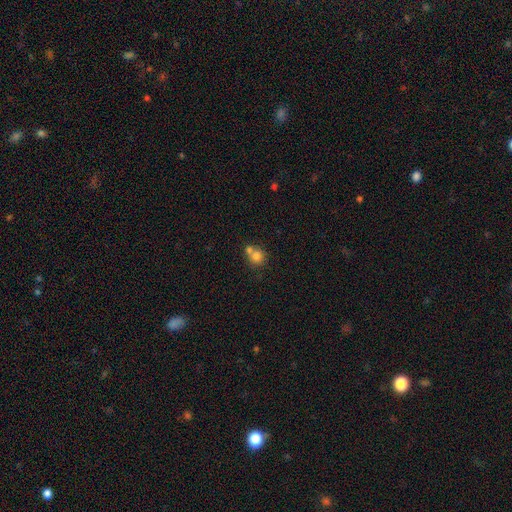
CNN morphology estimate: Overall: smooth (78%). How rounded: round (84%). Merging: merger (49%; none 41%).